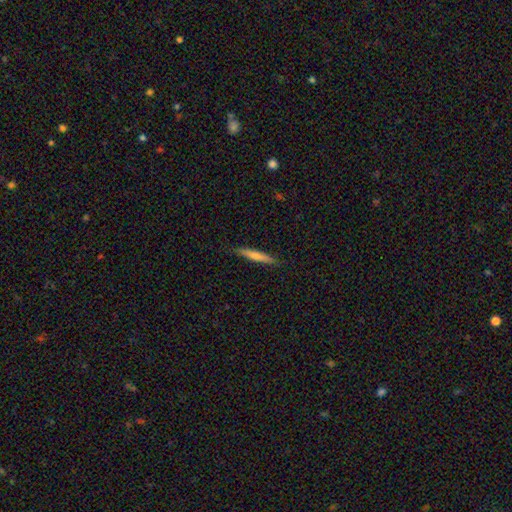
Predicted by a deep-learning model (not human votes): smooth-or-featured: smooth: 58% | featured or disk: 36% | star or artifact: 6%
  how-rounded: cigar-shaped: 94% | in between: 5% | round: 1%
  merging: none: 89% | minor disturbance: 9% | major disturbance: 2% | merger: 1%